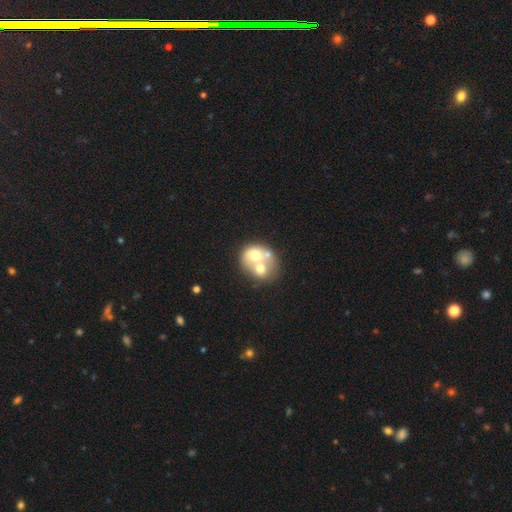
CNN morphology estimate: A smooth galaxy with no disk features (54%) that is round (60%).

Vote fractions:
- Smooth or featured? smooth: 54% / featured or disk: 37% / star or artifact: 9%
- How rounded? round: 60% / in between: 39% / cigar-shaped: 1%
- Merging? merger: 72% / none: 18% / minor disturbance: 6% / major disturbance: 4%